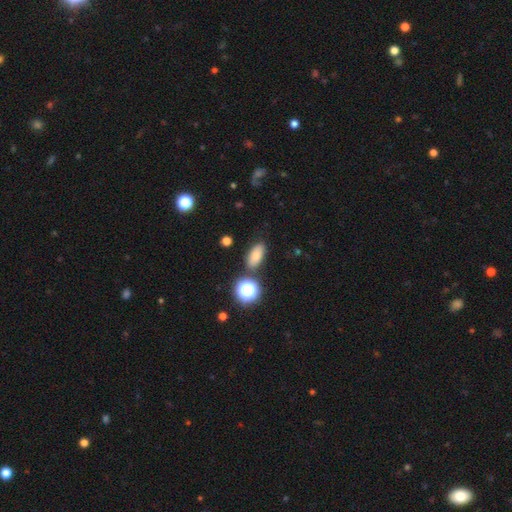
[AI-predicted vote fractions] Morphology: type=smooth (73%); roundness=in between (81%); merging=none (80%).